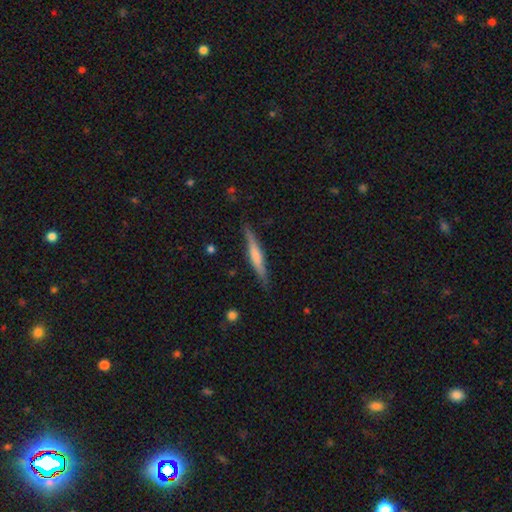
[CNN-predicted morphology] featured or disk 49%, smooth 46%, star or artifact 6%. Down the decision tree: merging — none (85%).